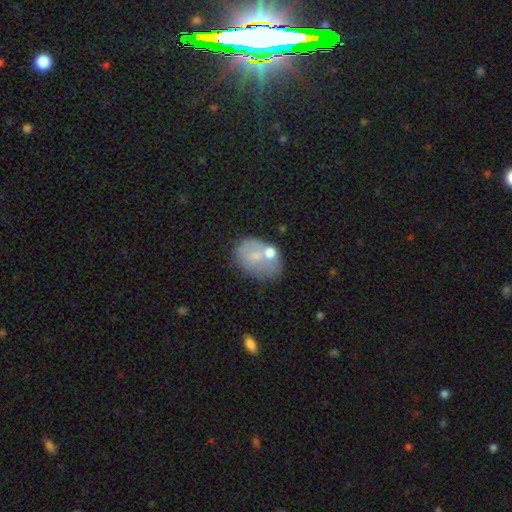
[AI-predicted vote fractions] This is possibly a smooth galaxy (56%). How rounded: likely in between (77%). Merging: possibly none (45%).